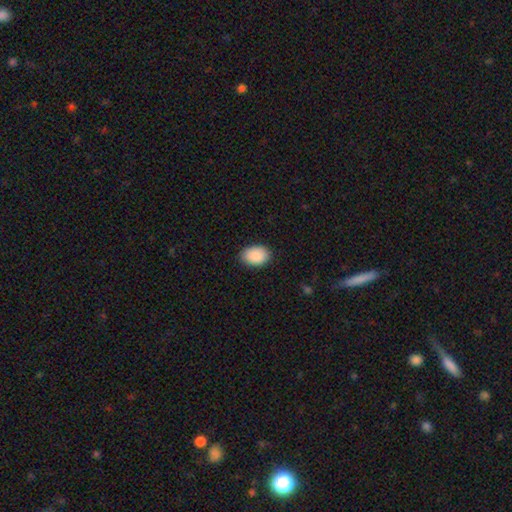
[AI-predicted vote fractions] Smooth or featured?
  - smooth: 91% *
  - star or artifact: 6%
  - featured or disk: 3%
How rounded?
  - in between: 85% *
  - round: 14%
  - cigar-shaped: 1%
Merging?
  - none: 86% *
  - minor disturbance: 11%
  - major disturbance: 2%
  - merger: 1%